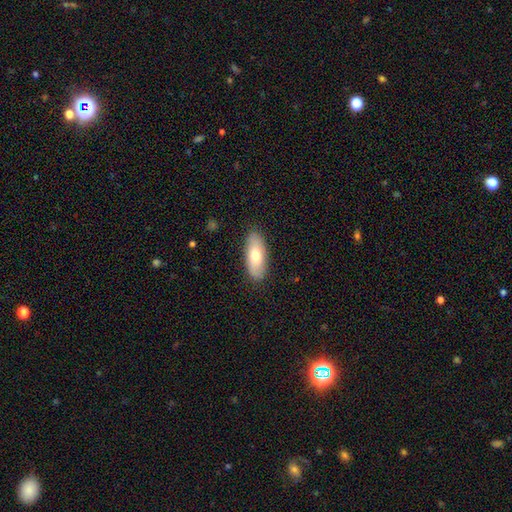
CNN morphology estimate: This appears to be a smooth galaxy with no disk features (69%) that is in between round and cigar-shaped (83%). Merging: none (86%).